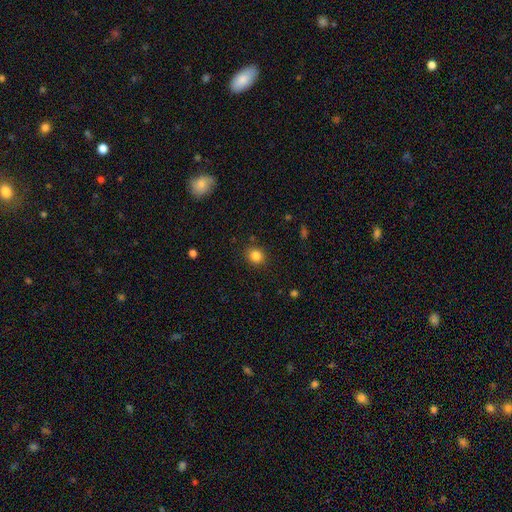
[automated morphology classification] smooth-or-featured: smooth: 84% | star or artifact: 11% | featured or disk: 5%
  how-rounded: round: 76% | in between: 23% | cigar-shaped: 1%
  merging: none: 88% | minor disturbance: 8% | major disturbance: 3% | merger: 2%